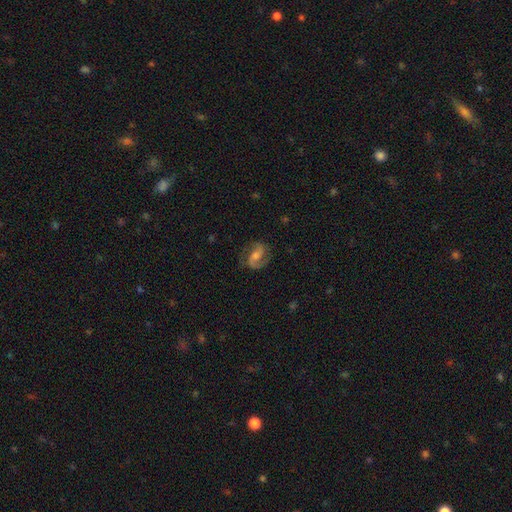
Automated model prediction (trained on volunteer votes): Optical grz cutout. It shows a featured or disk galaxy (83%) with a weak bar (45%), 2 (91%) medium (55%) spiral arms (96%) and a moderate central bulge (52%). Merging: none (80%).